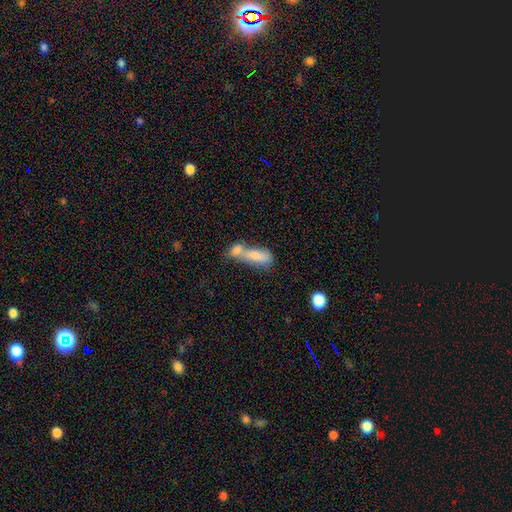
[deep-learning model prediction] Smooth or featured? Predicted: smooth (p=0.74). How rounded? Predicted: in between (p=0.71). Merging? Predicted: merger (p=0.70).